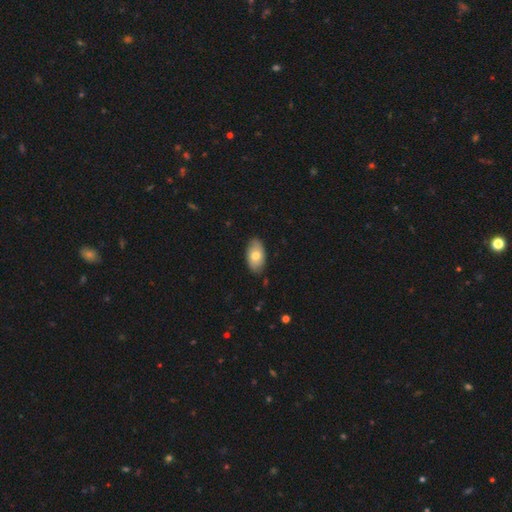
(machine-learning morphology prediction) Q: Smooth or featured?
A: smooth (72%); runner-up: featured or disk (22%)
Q: How rounded?
A: in between (94%); runner-up: round (4%)
Q: Merging?
A: none (84%); runner-up: minor disturbance (13%)